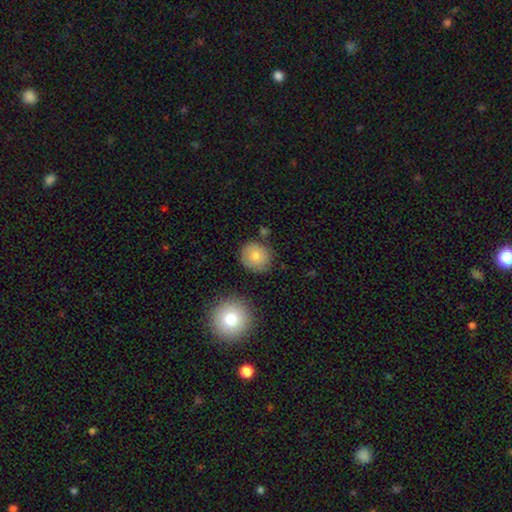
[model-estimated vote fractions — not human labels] Smooth or featured?
  - smooth: 78% *
  - featured or disk: 13%
  - star or artifact: 9%
How rounded?
  - round: 87% *
  - in between: 12%
  - cigar-shaped: 1%
Merging?
  - none: 80% *
  - minor disturbance: 13%
  - merger: 4%
  - major disturbance: 3%